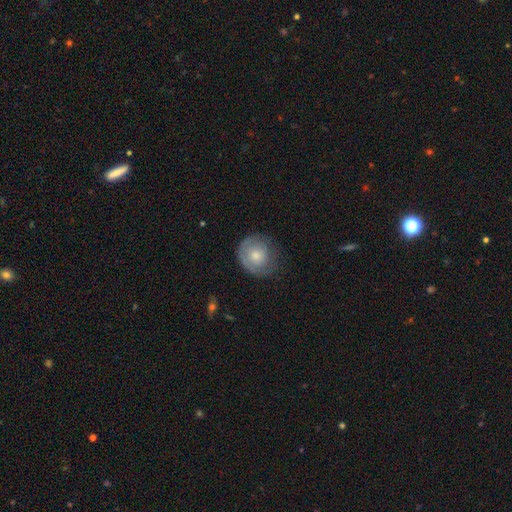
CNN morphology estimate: smooth-or-featured: smooth: 64% | featured or disk: 30% | star or artifact: 6%
  how-rounded: round: 85% | in between: 14% | cigar-shaped: 1%
  merging: none: 66% | minor disturbance: 23% | major disturbance: 10% | merger: 1%